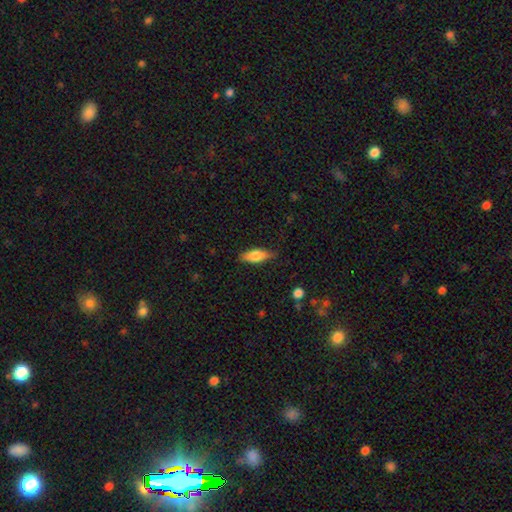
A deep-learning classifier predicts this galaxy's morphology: A smooth galaxy with no disk features (72%) that is in between round and cigar-shaped (72%). Merging: none (79%).